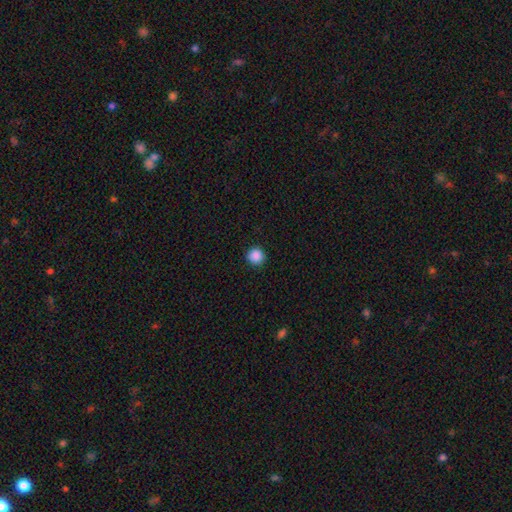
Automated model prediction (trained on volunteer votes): This is clearly a smooth galaxy (88%). How rounded: clearly round (94%). Merging: clearly none (91%).